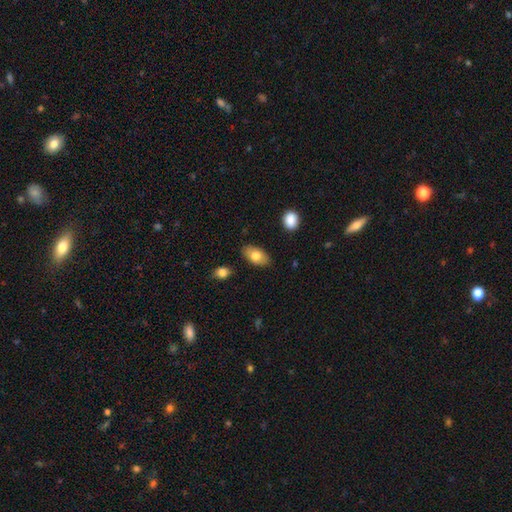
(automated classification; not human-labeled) smooth 78%, featured or disk 15%, star or artifact 7%. Down the decision tree: how rounded — in between (93%); merging — none (84%).